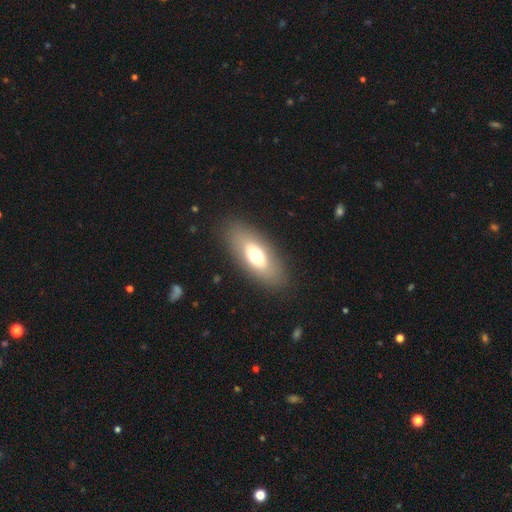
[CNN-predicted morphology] Smooth or featured? smooth (63%)
How rounded? in between (82%)
Merging? none (86%)